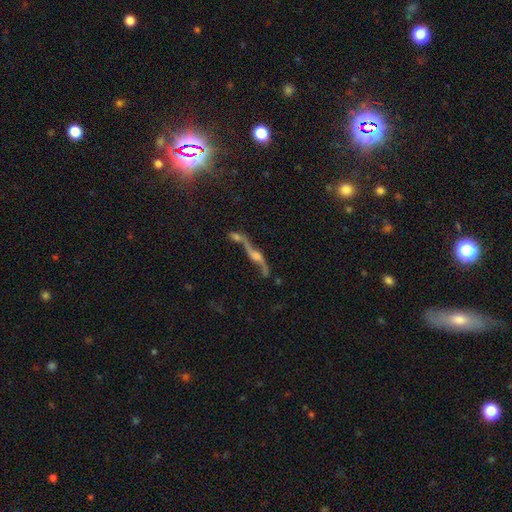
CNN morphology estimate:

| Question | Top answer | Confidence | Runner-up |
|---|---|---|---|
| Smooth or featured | featured or disk | 69% | star or artifact (19%) |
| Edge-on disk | yes | 69% | no (31%) |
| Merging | none | 44% | merger (28%) |